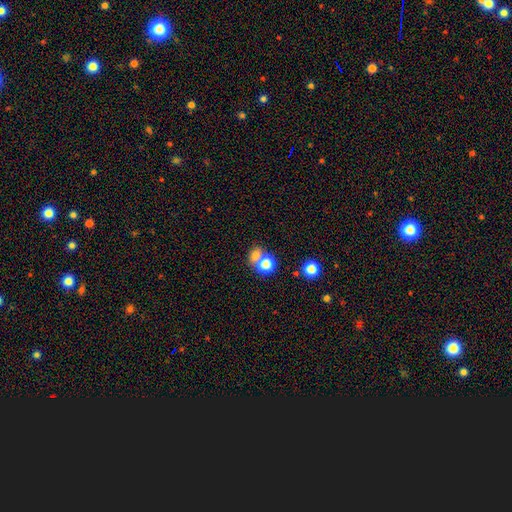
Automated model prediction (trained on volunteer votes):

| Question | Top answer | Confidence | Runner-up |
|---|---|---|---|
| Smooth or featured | smooth | 73% | star or artifact (15%) |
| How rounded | round | 64% | in between (35%) |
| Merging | merger | 52% | none (37%) |